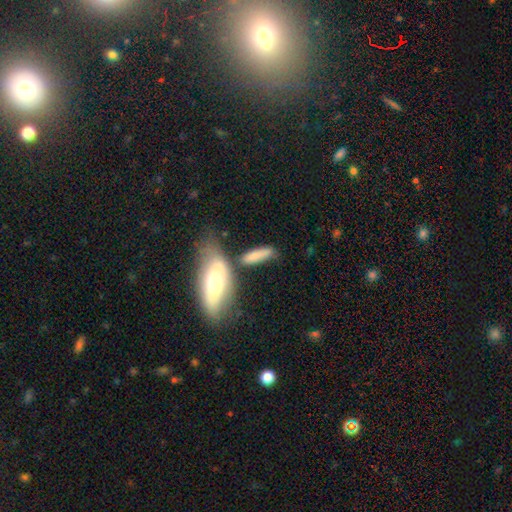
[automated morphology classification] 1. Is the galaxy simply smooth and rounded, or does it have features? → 77% smooth, 17% featured or disk, 6% star or artifact.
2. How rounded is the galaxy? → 64% cigar-shaped, 33% in between, 3% round.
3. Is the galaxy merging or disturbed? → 57% none, 19% merger, 18% minor disturbance, 7% major disturbance.